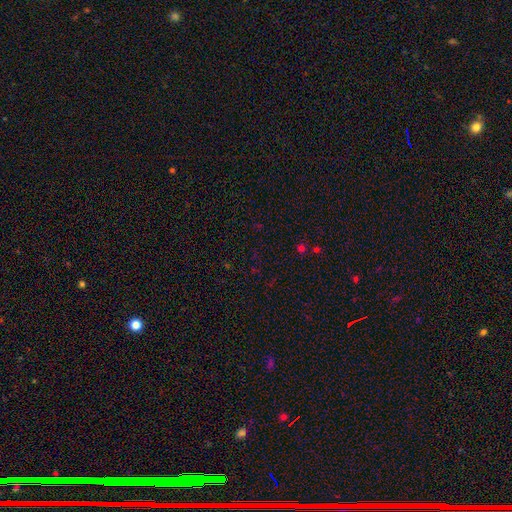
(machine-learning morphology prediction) Q: Smooth or featured?
A: star or artifact (66%); runner-up: smooth (26%)